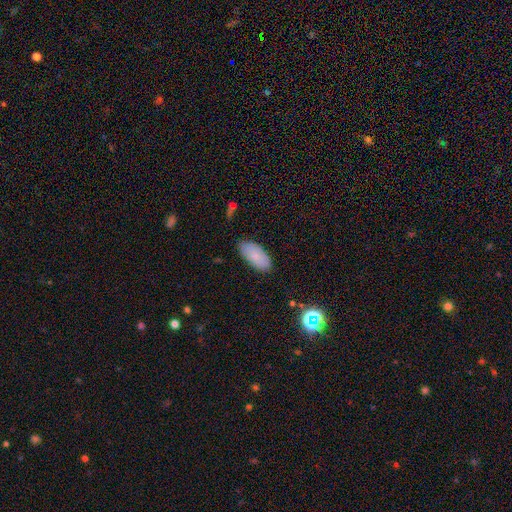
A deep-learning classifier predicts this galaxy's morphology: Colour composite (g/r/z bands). It shows a smooth galaxy with no disk features (80%) that is in between round and cigar-shaped (92%). Merging: none (82%).